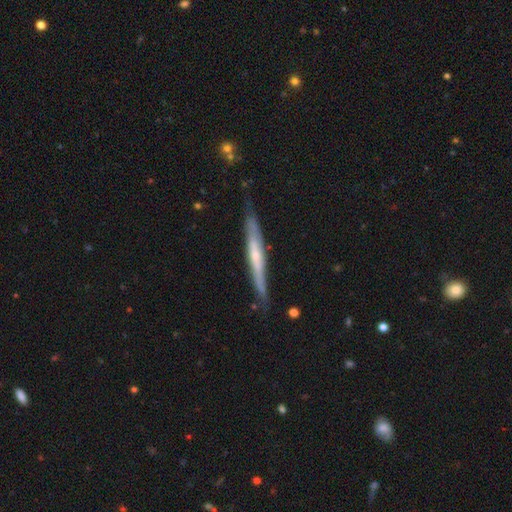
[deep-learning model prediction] A featured or disk galaxy (60%) viewed edge-on (92%) with no central bulge (51%). Merging: none (80%).